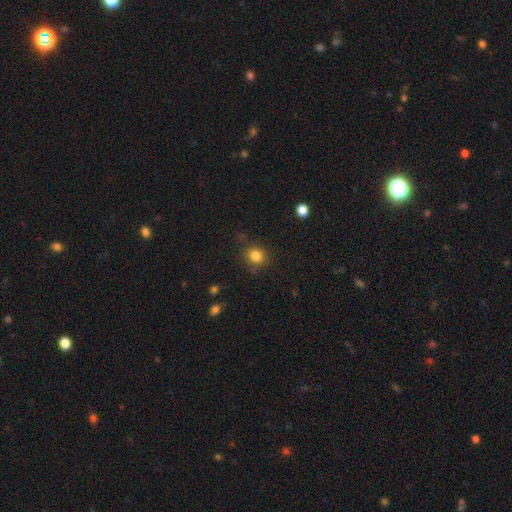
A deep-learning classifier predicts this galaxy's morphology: This is clearly a smooth galaxy (84%). How rounded: likely round (77%). Merging: likely none (79%).